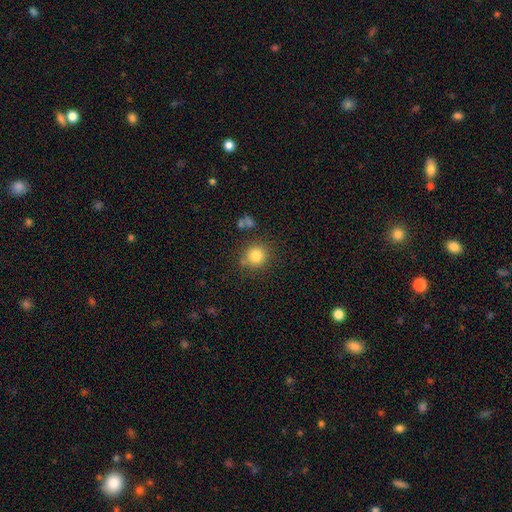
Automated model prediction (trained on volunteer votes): This appears to be a smooth galaxy with no disk features (81%) that is round (88%). Merging: none (77%).